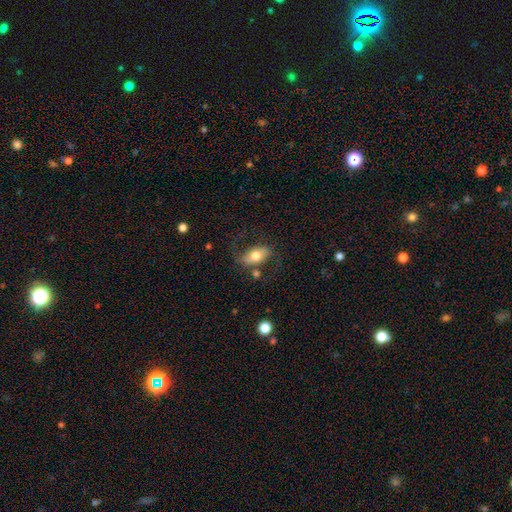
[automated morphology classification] A smooth galaxy with no disk features (53%) that is in between round and cigar-shaped (89%). Merging: none (60%).